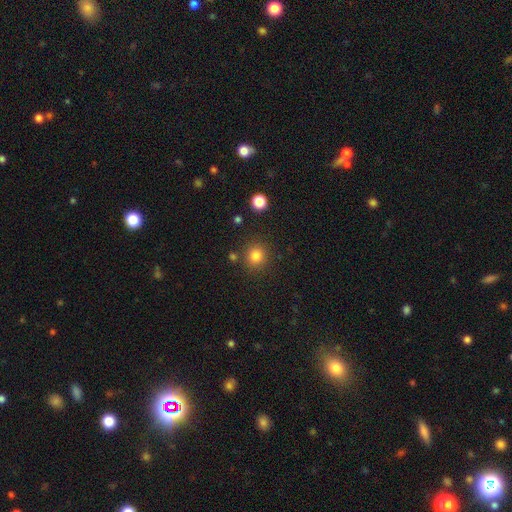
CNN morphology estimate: Smooth or featured? smooth (83%)
How rounded? round (88%)
Merging? none (84%)